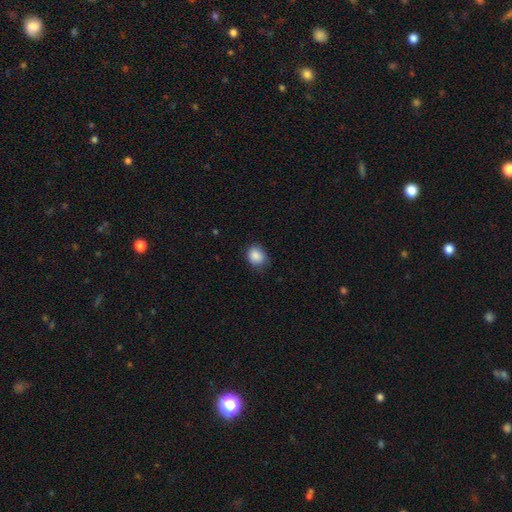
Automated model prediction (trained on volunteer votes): smooth-or-featured: smooth: 88% | star or artifact: 8% | featured or disk: 4%
  how-rounded: round: 59% | in between: 40% | cigar-shaped: 1%
  merging: none: 74% | minor disturbance: 21% | major disturbance: 4% | merger: 1%